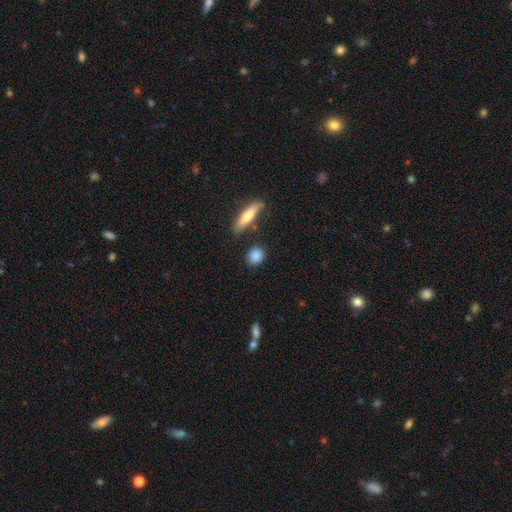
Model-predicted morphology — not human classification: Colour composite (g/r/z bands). It shows a smooth galaxy with no disk features (86%) that is round (69%). Merging: none (83%).